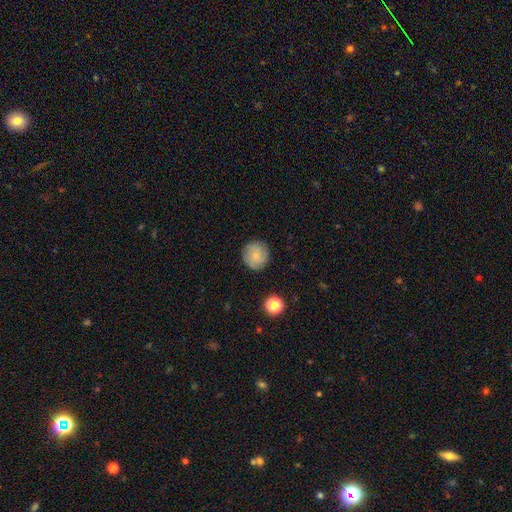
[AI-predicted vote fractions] smooth-or-featured: smooth: 58% | featured or disk: 32% | star or artifact: 10%
  how-rounded: round: 93% | in between: 6% | cigar-shaped: 1%
  merging: none: 86% | minor disturbance: 10% | major disturbance: 3% | merger: 1%